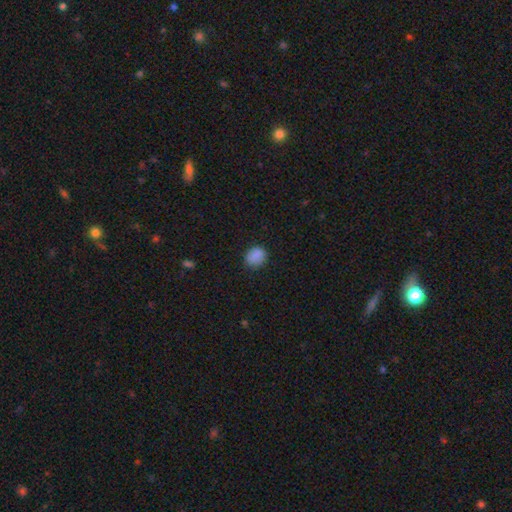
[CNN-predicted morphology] smooth-or-featured: smooth: 86% | star or artifact: 10% | featured or disk: 4%
  how-rounded: round: 56% | in between: 43% | cigar-shaped: 1%
  merging: none: 79% | minor disturbance: 16% | major disturbance: 3% | merger: 1%